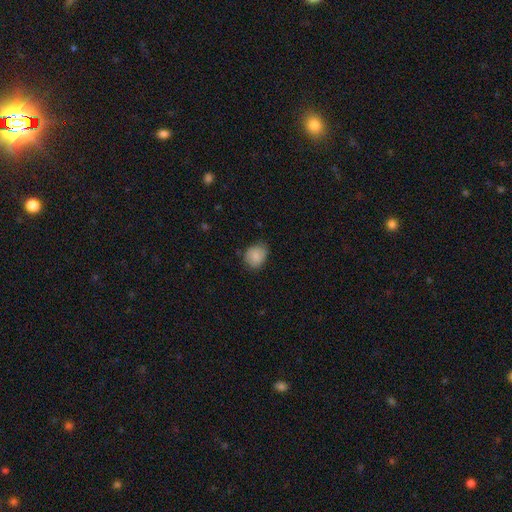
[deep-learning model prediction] Smooth or featured? Predicted: smooth (p=0.83). How rounded? Predicted: round (p=0.55). Merging? Predicted: none (p=0.70).